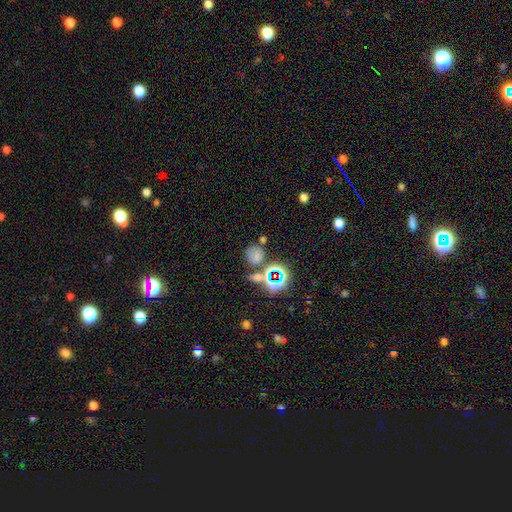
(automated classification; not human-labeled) Q: Smooth or featured?
A: smooth (62%); runner-up: star or artifact (29%)
Q: How rounded?
A: round (78%); runner-up: in between (20%)
Q: Merging?
A: none (57%); runner-up: merger (25%)